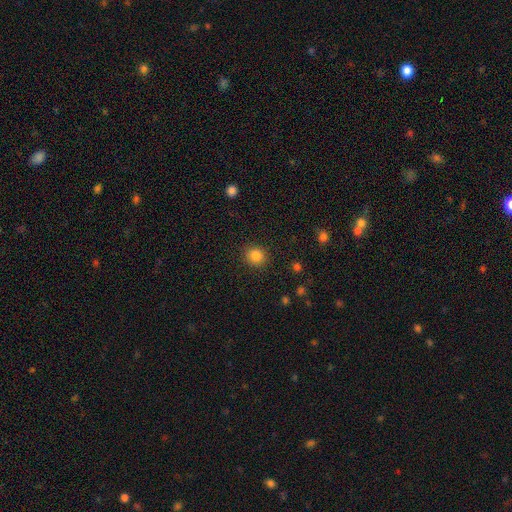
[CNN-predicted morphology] Smooth or featured?
  - smooth: 84% *
  - star or artifact: 11%
  - featured or disk: 5%
How rounded?
  - round: 85% *
  - in between: 14%
  - cigar-shaped: 1%
Merging?
  - none: 90% *
  - minor disturbance: 7%
  - major disturbance: 2%
  - merger: 1%